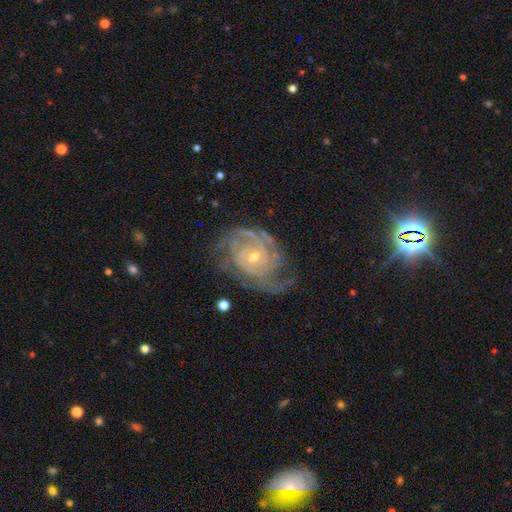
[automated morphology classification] A featured or disk galaxy (89%) with no bar (66%), 2 (35%) tight (69%) spiral arms (98%) and a small central bulge (64%). Merging: none (69%).